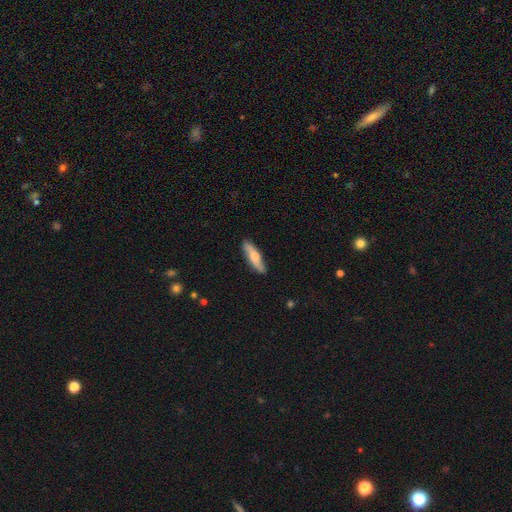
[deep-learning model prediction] smooth-or-featured: smooth: 48% | featured or disk: 46% | star or artifact: 6%
  merging: none: 86% | minor disturbance: 11% | major disturbance: 2% | merger: 1%